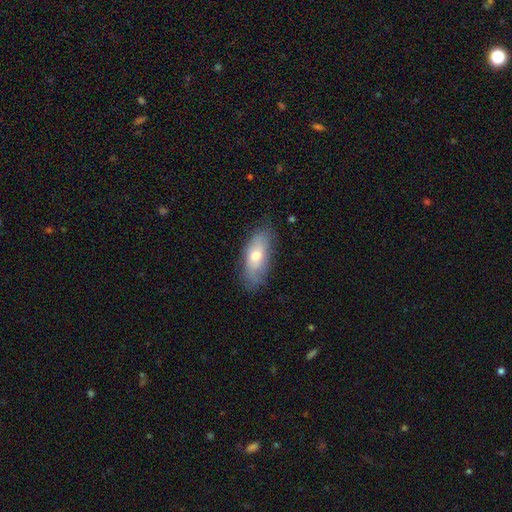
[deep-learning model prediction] Smooth or featured? smooth (63%)
How rounded? in between (79%)
Merging? none (75%)